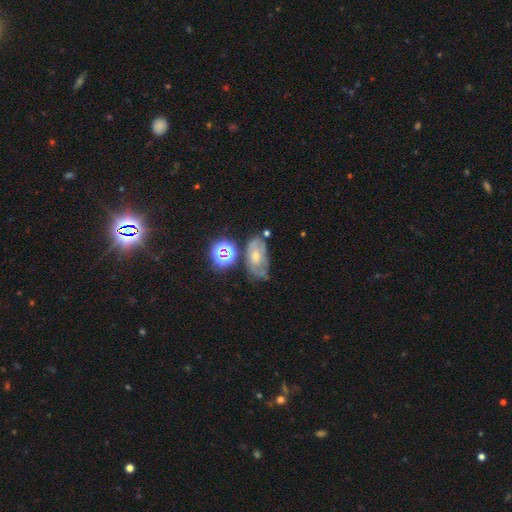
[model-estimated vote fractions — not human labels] Morphology: type=featured or disk (49%); merging=none (47%).